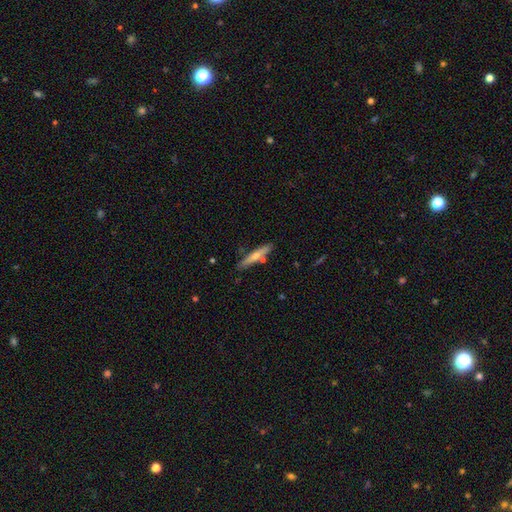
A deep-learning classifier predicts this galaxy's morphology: This appears to be a featured or disk galaxy (58%) viewed edge-on (94%) with a rounded central bulge (81%). Merging: none (83%).